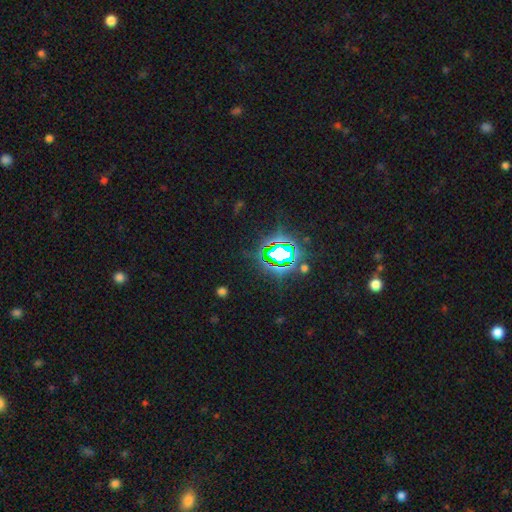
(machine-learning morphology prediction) Overall: star or artifact (80%).